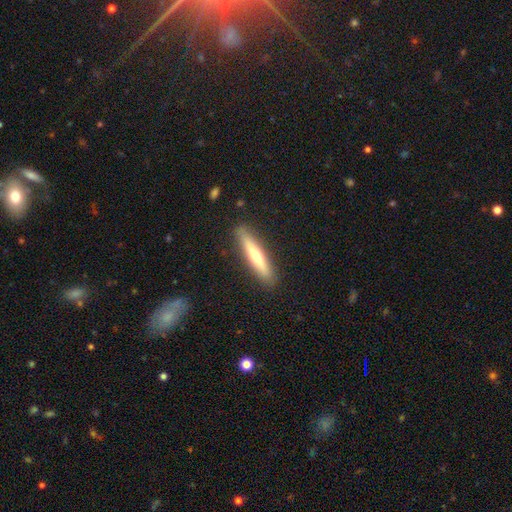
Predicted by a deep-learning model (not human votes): Smooth or featured? Predicted: smooth (p=0.50). How rounded? Predicted: cigar-shaped (p=0.90). Merging? Predicted: none (p=0.90).